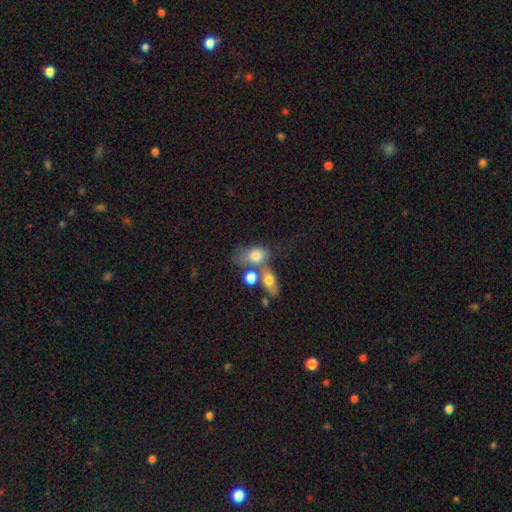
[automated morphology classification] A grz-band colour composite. It shows a smooth galaxy with no disk features (74%) that is in between round and cigar-shaped (75%). Merging: merger (44%).